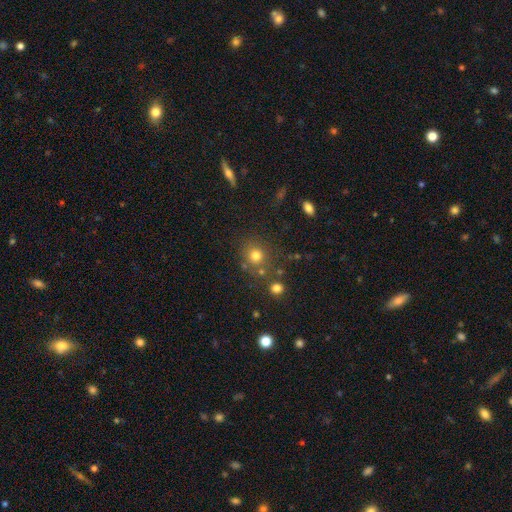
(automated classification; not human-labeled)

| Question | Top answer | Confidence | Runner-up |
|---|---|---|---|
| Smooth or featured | smooth | 76% | star or artifact (16%) |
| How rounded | round | 85% | in between (14%) |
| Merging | none | 73% | merger (11%) |